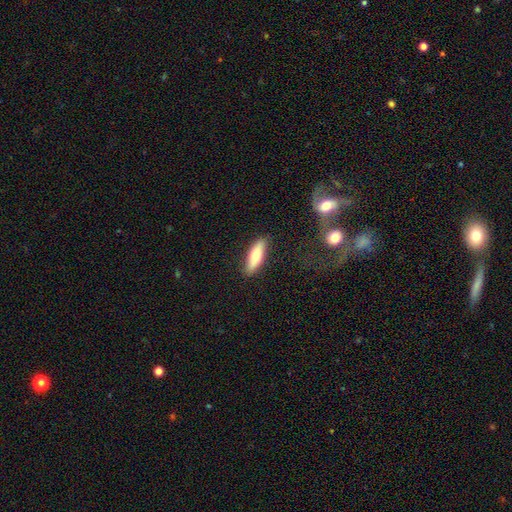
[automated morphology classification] Smooth or featured? Predicted: smooth (p=0.70). How rounded? Predicted: cigar-shaped (p=0.53). Merging? Predicted: none (p=0.87).